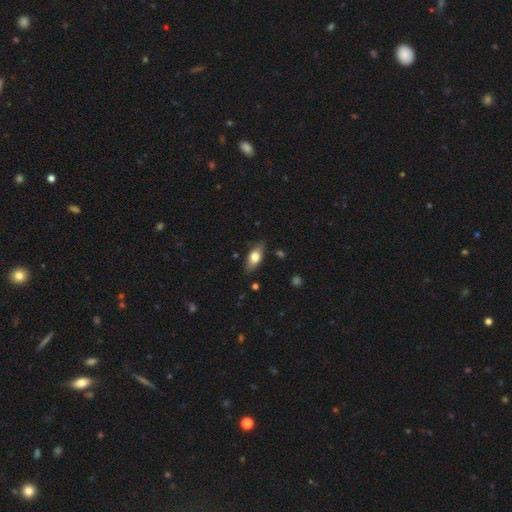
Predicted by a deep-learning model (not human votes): Smooth or featured? Predicted: smooth (p=0.69). How rounded? Predicted: in between (p=0.81). Merging? Predicted: none (p=0.82).